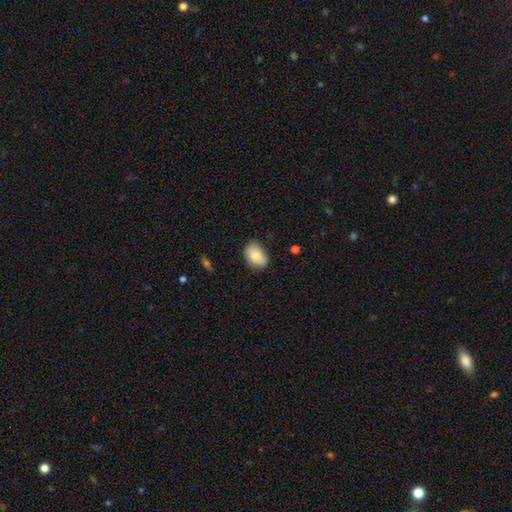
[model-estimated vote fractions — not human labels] This appears to be a smooth galaxy with no disk features (81%) that is in between round and cigar-shaped (81%). Merging: none (62%).